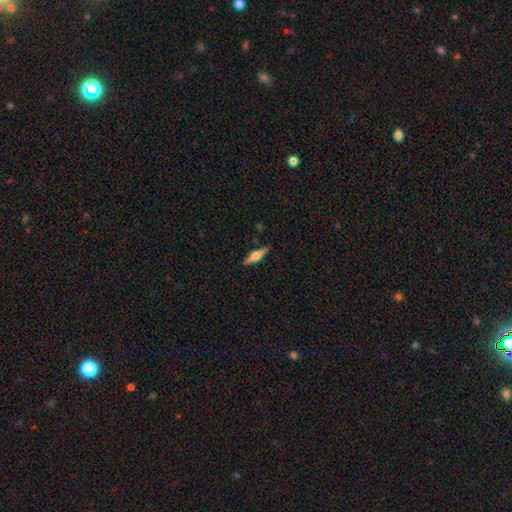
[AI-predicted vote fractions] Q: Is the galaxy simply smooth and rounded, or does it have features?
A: featured or disk — 71%.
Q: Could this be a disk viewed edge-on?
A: yes — 97%.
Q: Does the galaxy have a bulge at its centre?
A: rounded — 92%.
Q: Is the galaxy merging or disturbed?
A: none — 90%.